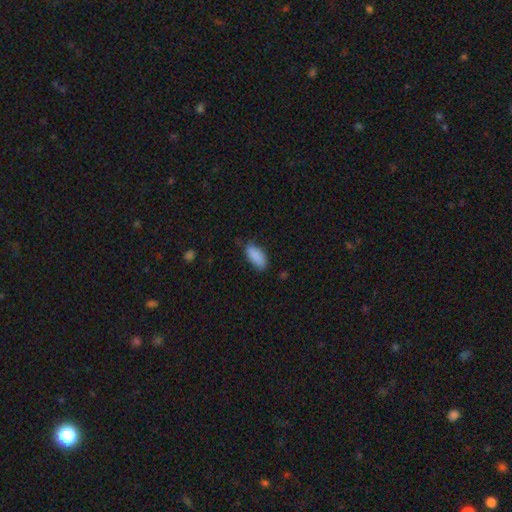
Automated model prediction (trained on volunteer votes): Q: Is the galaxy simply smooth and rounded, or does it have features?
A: smooth — 89%.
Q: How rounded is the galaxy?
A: in between — 87%.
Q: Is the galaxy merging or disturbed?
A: none — 71%.